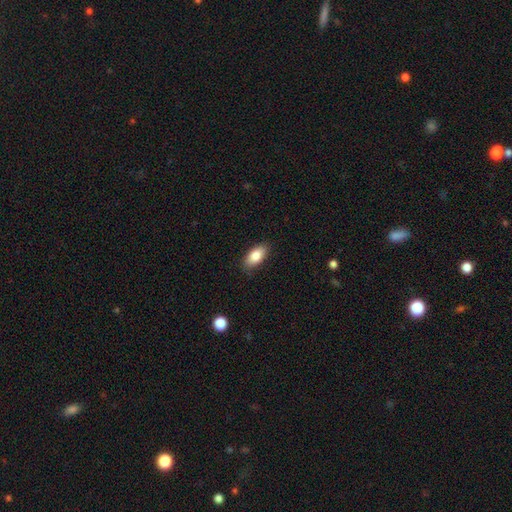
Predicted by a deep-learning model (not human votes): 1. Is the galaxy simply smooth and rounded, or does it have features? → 84% smooth, 9% featured or disk, 7% star or artifact.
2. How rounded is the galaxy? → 91% in between, 6% cigar-shaped, 3% round.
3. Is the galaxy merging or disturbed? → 86% none, 11% minor disturbance, 2% major disturbance, 1% merger.